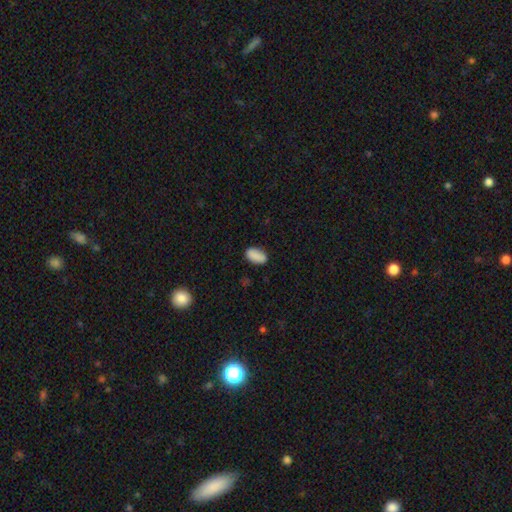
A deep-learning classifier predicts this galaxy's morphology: A smooth galaxy with no disk features (87%) that is in between round and cigar-shaped (92%). Merging: none (82%).